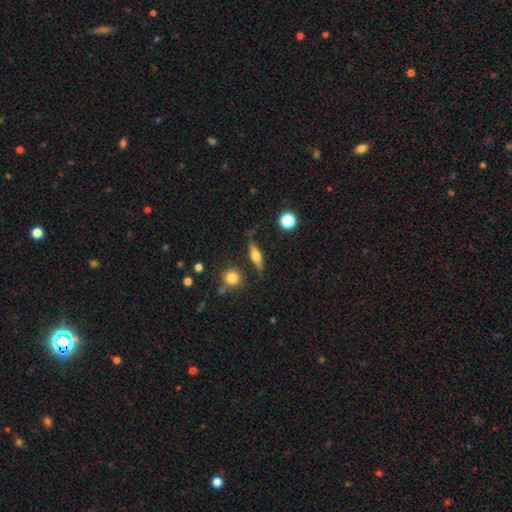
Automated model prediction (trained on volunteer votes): Smooth or featured? featured or disk (49%)
Merging? none (78%)